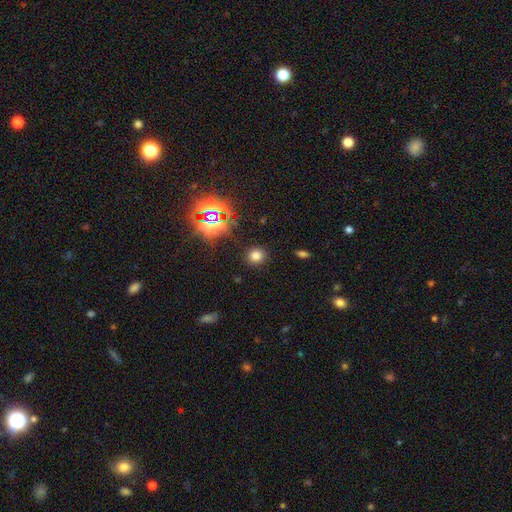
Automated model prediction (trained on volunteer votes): Overall: smooth (70%). How rounded: round (84%). Merging: none (88%).